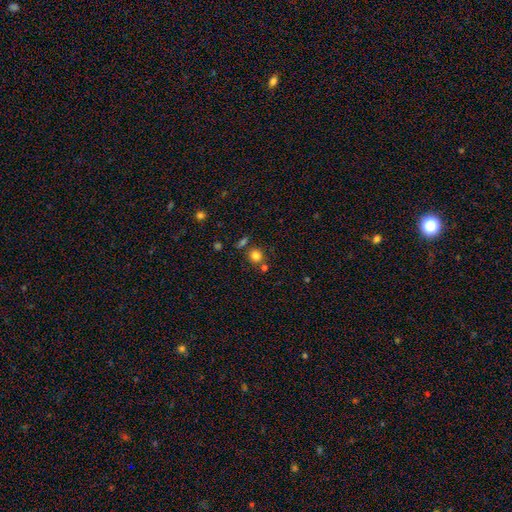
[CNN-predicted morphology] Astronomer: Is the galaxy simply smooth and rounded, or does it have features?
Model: smooth — 80%.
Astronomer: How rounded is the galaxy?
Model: round — 88%.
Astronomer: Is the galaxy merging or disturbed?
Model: none — 74%.